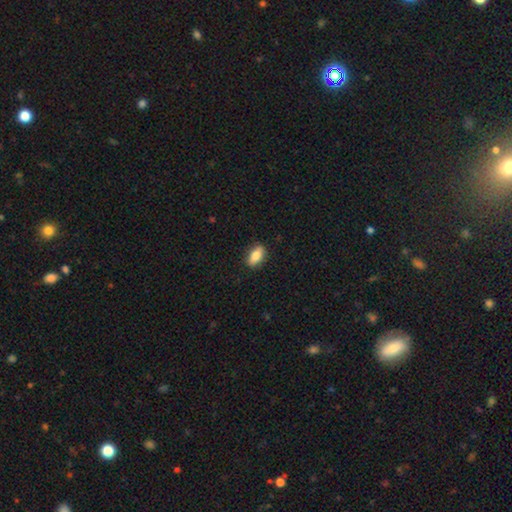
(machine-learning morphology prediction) Smooth or featured? Predicted: smooth (p=0.82). How rounded? Predicted: in between (p=0.86). Merging? Predicted: none (p=0.87).